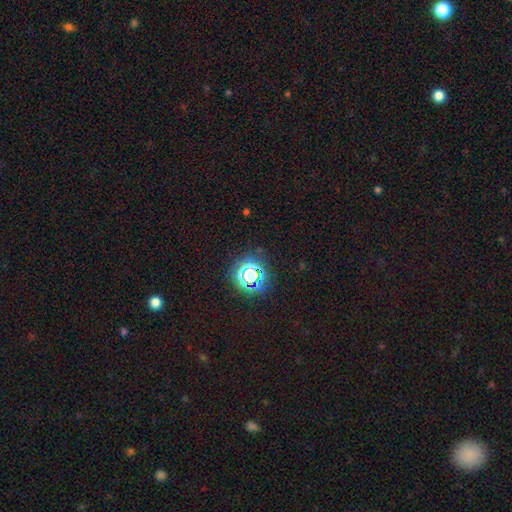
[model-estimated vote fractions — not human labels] smooth_or_featured: star or artifact (p=0.75) [alt: smooth p=0.19]